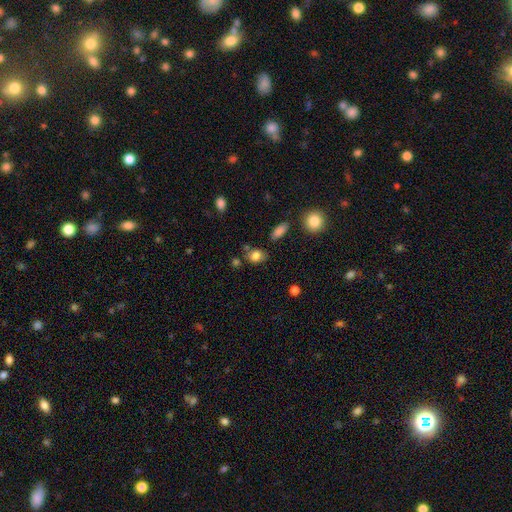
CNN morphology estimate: Smooth or featured: smooth — 82% (star or artifact — 10%)
How rounded: in between — 60% (round — 39%)
Merging: none — 69% (minor disturbance — 18%)